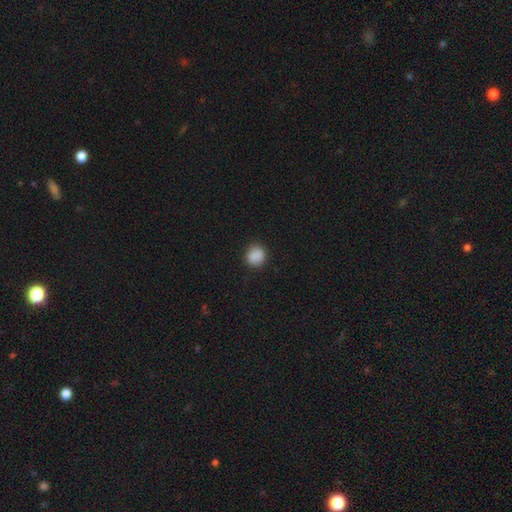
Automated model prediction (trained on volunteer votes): A smooth galaxy with no disk features (87%) that is round (79%).

Vote fractions:
- Smooth or featured? smooth: 87% / star or artifact: 9% / featured or disk: 4%
- How rounded? round: 79% / in between: 20% / cigar-shaped: 1%
- Merging? none: 84% / minor disturbance: 11% / major disturbance: 3% / merger: 2%